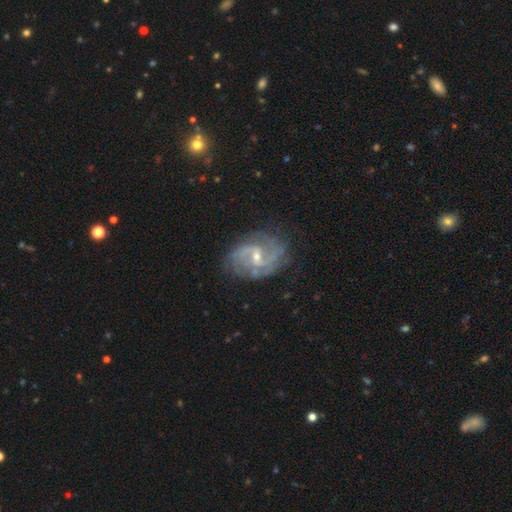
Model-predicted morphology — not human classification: smooth_or_featured: featured or disk (p=0.82) [alt: star or artifact p=0.10]
disk_edge_on: no (p=0.97) [alt: yes p=0.03]
bar: weak (p=0.54) [alt: no p=0.28]
has_spiral_arms: yes (p=0.95) [alt: no p=0.05]
spiral_winding: medium (p=0.44) [alt: tight p=0.34]
spiral_arm_count: 2 (p=0.50) [alt: can't tell p=0.20]
bulge_size: small (p=0.49) [alt: moderate p=0.46]
merging: none (p=0.77) [alt: minor disturbance p=0.15]